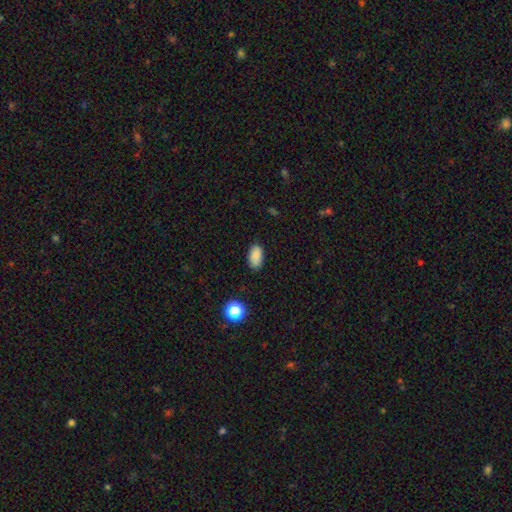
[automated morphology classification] The model was most divided on "merging": none: 84%, minor disturbance: 12%, major disturbance: 3%, merger: 1%. More confident: how rounded — in between (92%); smooth or featured — smooth (87%).